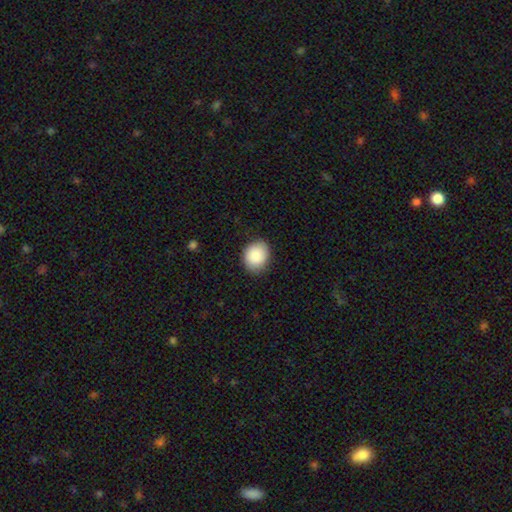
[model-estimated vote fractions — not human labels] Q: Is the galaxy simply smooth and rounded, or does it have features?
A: smooth — 88%.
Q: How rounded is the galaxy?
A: round — 52%.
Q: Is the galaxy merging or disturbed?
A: none — 83%.